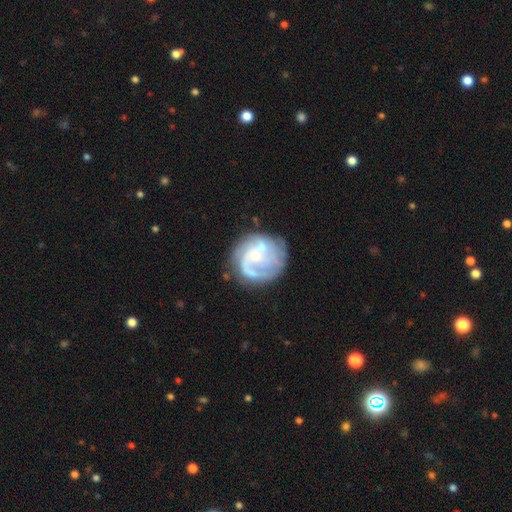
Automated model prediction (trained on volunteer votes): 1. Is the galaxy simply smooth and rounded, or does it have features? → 77% featured or disk, 17% smooth, 6% star or artifact.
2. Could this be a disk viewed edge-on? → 98% no, 2% yes.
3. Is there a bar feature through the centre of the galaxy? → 67% no, 28% weak, 5% strong.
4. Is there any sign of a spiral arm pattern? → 90% yes, 10% no.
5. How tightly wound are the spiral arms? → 40% tight, 39% medium, 21% loose.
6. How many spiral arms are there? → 33% 2, 25% can't tell, 19% 3, 15% 1, 5% 4, 4% more than 4.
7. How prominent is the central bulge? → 68% small, 23% moderate, 6% none, 2% large, 1% dominant.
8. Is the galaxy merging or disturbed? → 61% none, 20% minor disturbance, 16% major disturbance, 4% merger.